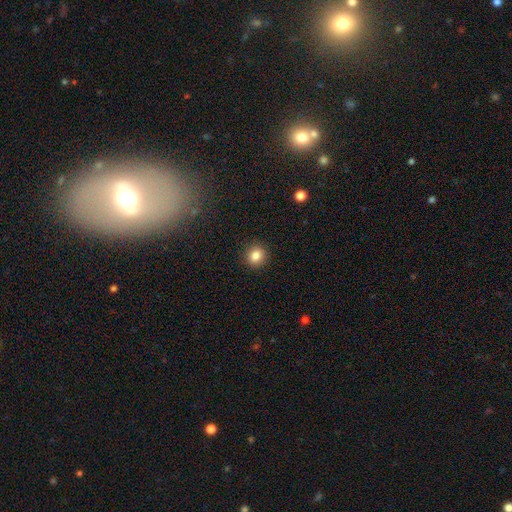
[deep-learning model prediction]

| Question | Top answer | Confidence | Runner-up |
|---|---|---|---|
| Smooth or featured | smooth | 85% | star or artifact (10%) |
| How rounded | round | 83% | in between (16%) |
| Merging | none | 91% | minor disturbance (6%) |